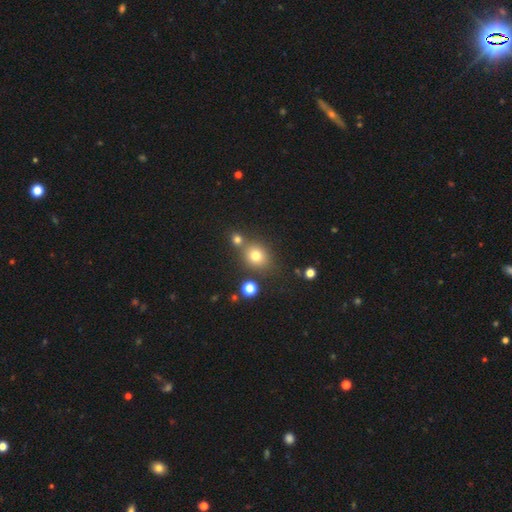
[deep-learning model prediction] Morphology: type=smooth (75%); roundness=round (72%); merging=none (65%).